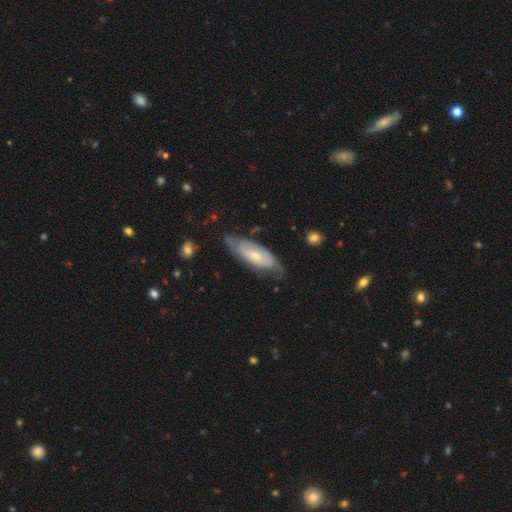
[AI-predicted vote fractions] Morphology: type=featured or disk (56%); edge-on=no (78%); merging=none (64%).